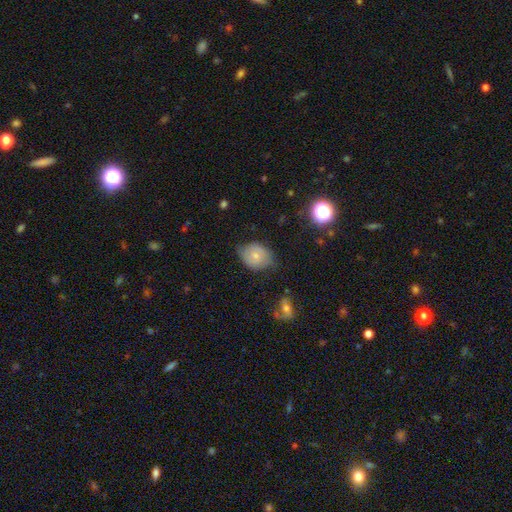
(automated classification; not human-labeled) Smooth or featured? Predicted: smooth (p=0.69). How rounded? Predicted: round (p=0.51). Merging? Predicted: none (p=0.61).